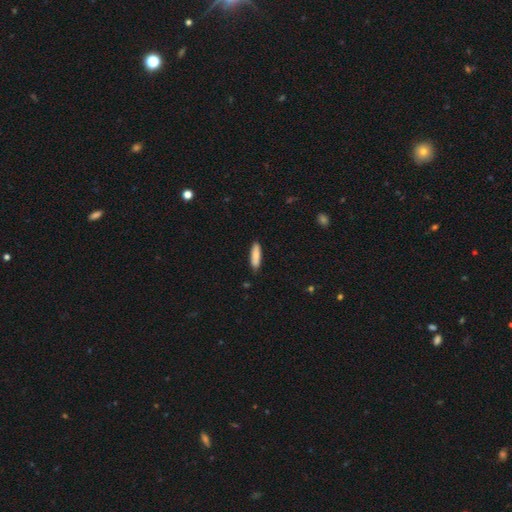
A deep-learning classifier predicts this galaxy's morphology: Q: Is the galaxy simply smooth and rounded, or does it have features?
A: smooth — 85%.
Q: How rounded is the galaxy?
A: cigar-shaped — 66%.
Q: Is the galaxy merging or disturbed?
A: none — 87%.